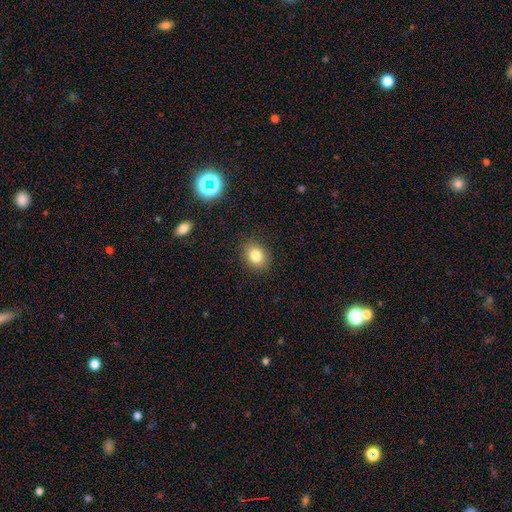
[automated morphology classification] Q: Smooth or featured?
A: smooth (82%); runner-up: star or artifact (11%)
Q: How rounded?
A: in between (52%); runner-up: round (47%)
Q: Merging?
A: none (87%); runner-up: minor disturbance (9%)